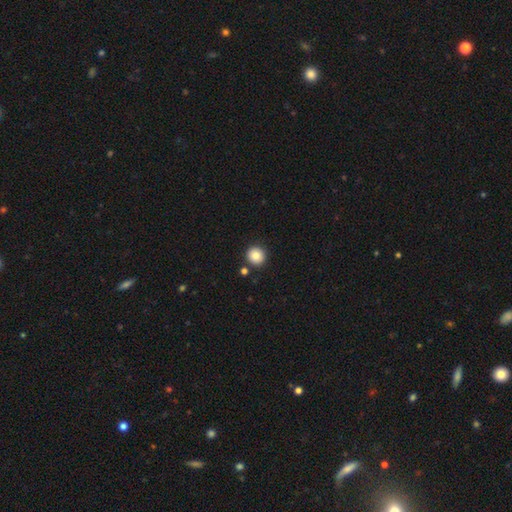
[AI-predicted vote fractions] The model was most divided on "smooth or featured": smooth: 85%, star or artifact: 9%, featured or disk: 6%. More confident: how rounded — round (94%); merging — none (88%).